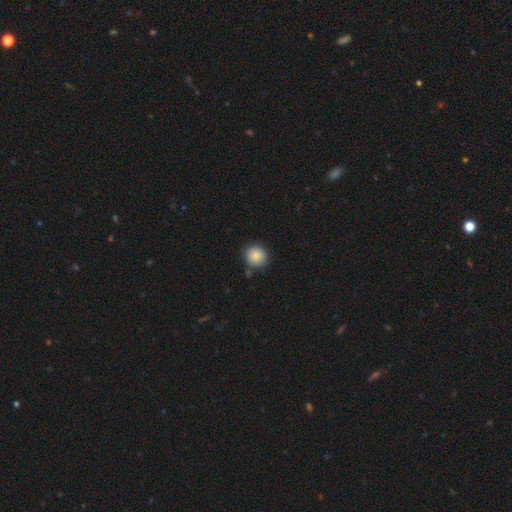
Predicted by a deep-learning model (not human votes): Overall: smooth (85%). How rounded: round (91%). Merging: none (83%).